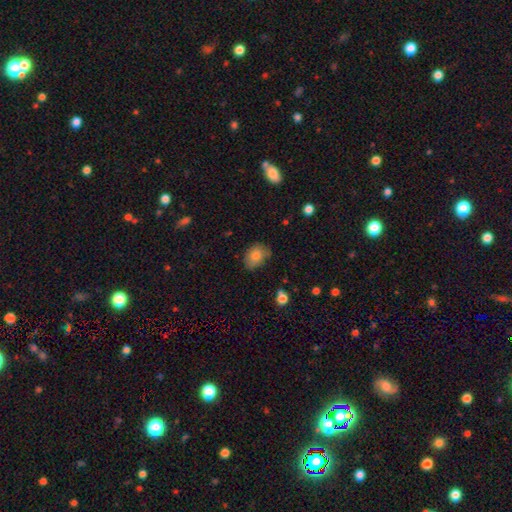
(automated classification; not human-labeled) smooth_or_featured: smooth (p=0.81) [alt: featured or disk p=0.10]
how_rounded: in between (p=0.69) [alt: round p=0.30]
merging: none (p=0.67) [alt: minor disturbance p=0.26]